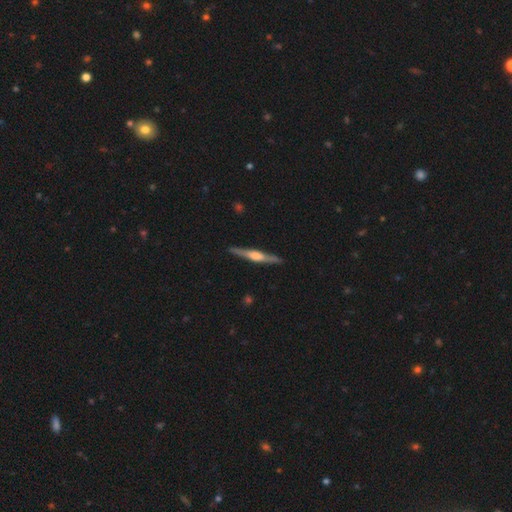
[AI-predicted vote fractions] Q: Smooth or featured?
A: featured or disk (75%); runner-up: smooth (21%)
Q: Edge-on disk?
A: yes (98%); runner-up: no (2%)
Q: Edge-on bulge?
A: rounded (71%); runner-up: boxy (22%)
Q: Merging?
A: none (90%); runner-up: minor disturbance (8%)